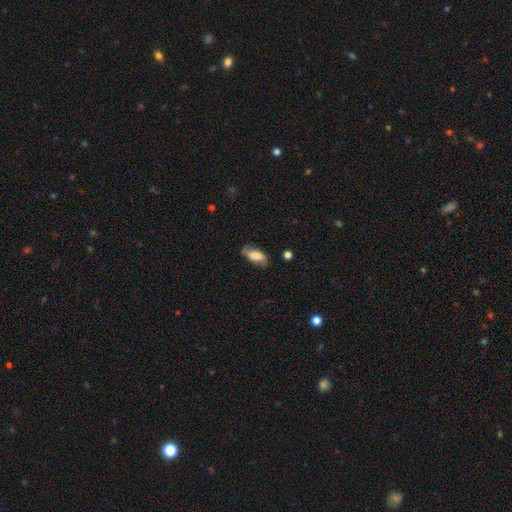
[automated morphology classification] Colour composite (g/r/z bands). It shows a smooth galaxy with no disk features (61%) that is in between round and cigar-shaped (85%). Merging: none (65%).